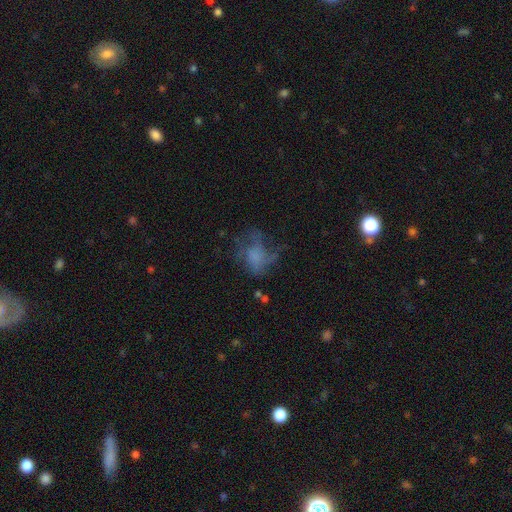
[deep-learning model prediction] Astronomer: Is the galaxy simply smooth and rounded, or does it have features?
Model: smooth — 43% (runner-up: featured or disk, 41%).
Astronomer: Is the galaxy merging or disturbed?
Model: none — 41% (runner-up: major disturbance, 35%).